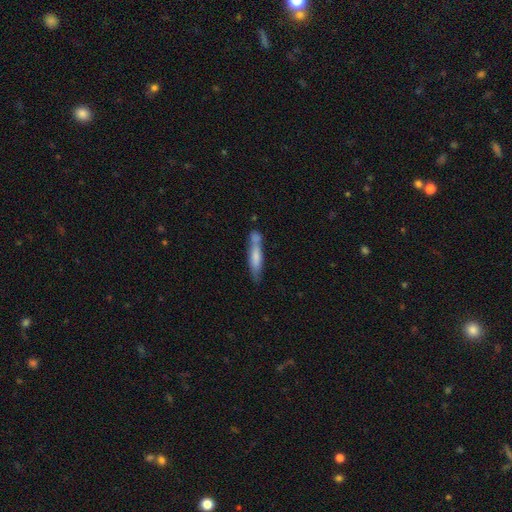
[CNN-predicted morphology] A smooth galaxy with no disk features (65%) that is cigar-shaped (83%).

Vote fractions:
- Smooth or featured? smooth: 65% / featured or disk: 29% / star or artifact: 6%
- How rounded? cigar-shaped: 83% / in between: 15% / round: 2%
- Merging? none: 54% / merger: 22% / minor disturbance: 19% / major disturbance: 6%